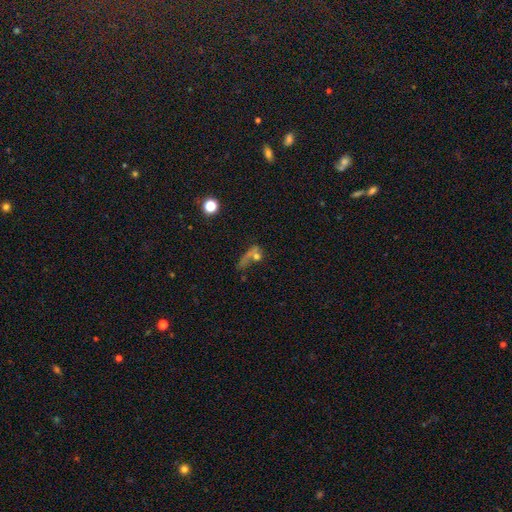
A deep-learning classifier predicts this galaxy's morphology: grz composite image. It shows a smooth galaxy with no disk features (39%). Merging: major disturbance (34%).